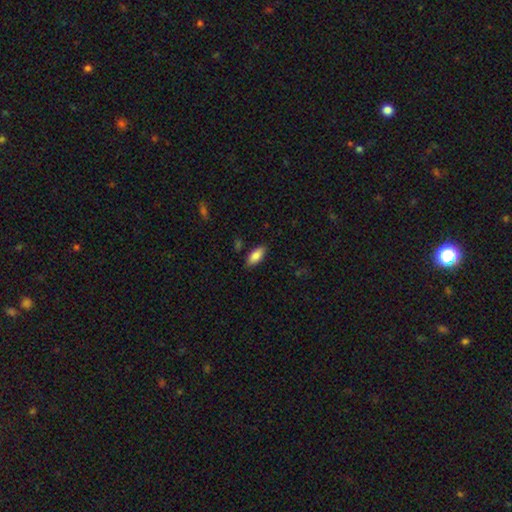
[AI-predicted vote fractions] Smooth or featured?
  - smooth: 85% *
  - featured or disk: 8%
  - star or artifact: 7%
How rounded?
  - in between: 86% *
  - cigar-shaped: 12%
  - round: 2%
Merging?
  - none: 85% *
  - minor disturbance: 11%
  - major disturbance: 2%
  - merger: 2%